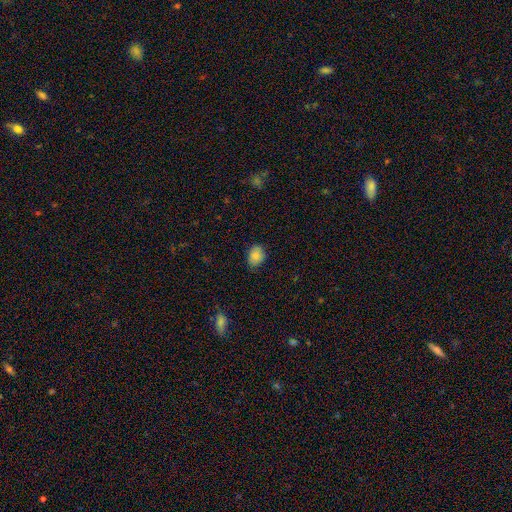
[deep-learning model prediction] Smooth or featured: smooth — 83% (featured or disk — 8%)
How rounded: in between — 63% (round — 36%)
Merging: none — 78% (minor disturbance — 18%)